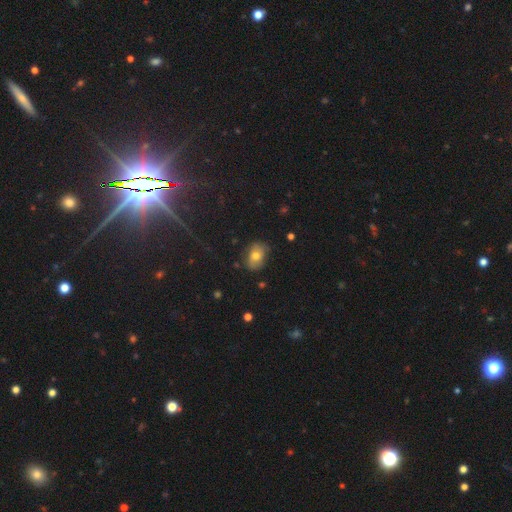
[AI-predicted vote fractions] Smooth or featured?
  - smooth: 65% *
  - featured or disk: 22%
  - star or artifact: 12%
How rounded?
  - in between: 76% *
  - round: 22%
  - cigar-shaped: 1%
Merging?
  - none: 74% *
  - minor disturbance: 20%
  - major disturbance: 5%
  - merger: 1%